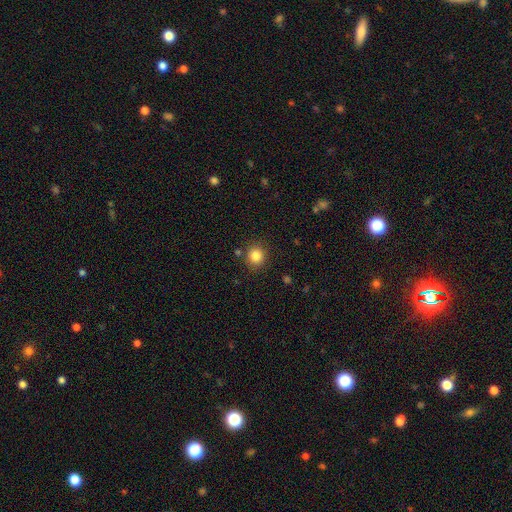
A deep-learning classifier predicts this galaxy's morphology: Smooth or featured?
  - smooth: 84% *
  - star or artifact: 11%
  - featured or disk: 5%
How rounded?
  - round: 88% *
  - in between: 11%
  - cigar-shaped: 1%
Merging?
  - none: 85% *
  - minor disturbance: 9%
  - merger: 3%
  - major disturbance: 3%